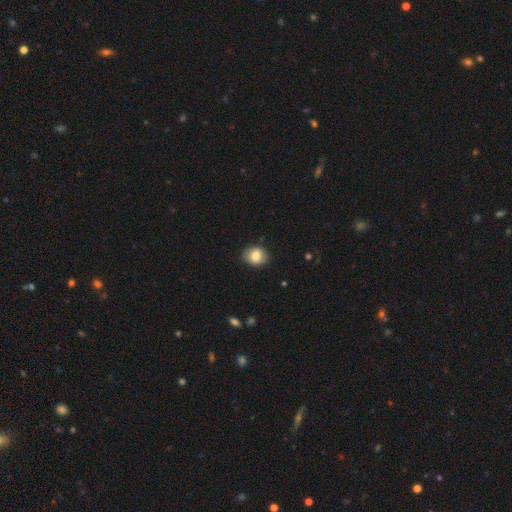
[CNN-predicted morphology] Q: Smooth or featured?
A: smooth (81%); runner-up: featured or disk (10%)
Q: How rounded?
A: round (58%); runner-up: in between (41%)
Q: Merging?
A: none (85%); runner-up: minor disturbance (12%)